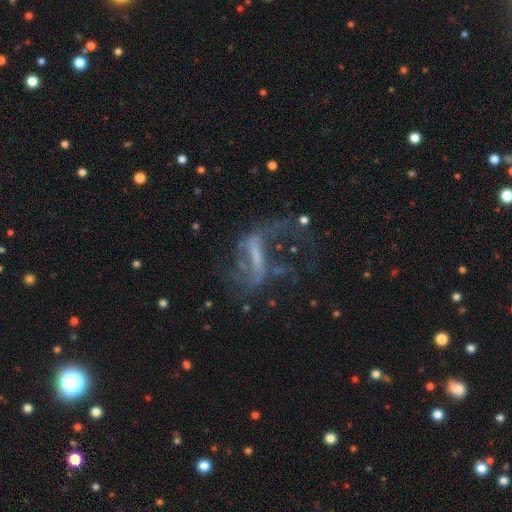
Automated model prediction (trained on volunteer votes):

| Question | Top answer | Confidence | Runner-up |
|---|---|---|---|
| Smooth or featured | featured or disk | 71% | star or artifact (15%) |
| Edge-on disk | no | 90% | yes (10%) |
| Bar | strong | 50% | weak (31%) |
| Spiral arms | yes | 70% | no (30%) |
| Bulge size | none | 49% | small (26%) |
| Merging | major disturbance | 42% | none (36%) |